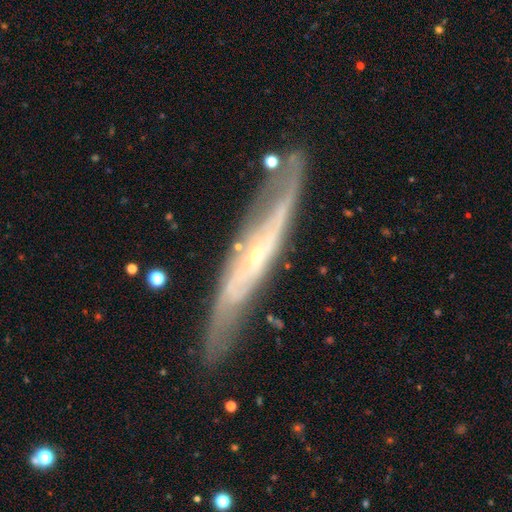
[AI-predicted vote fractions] smooth_or_featured: featured or disk (p=0.80) [alt: smooth p=0.13]
disk_edge_on: yes (p=0.52) [alt: no p=0.48]
merging: none (p=0.76) [alt: minor disturbance p=0.16]